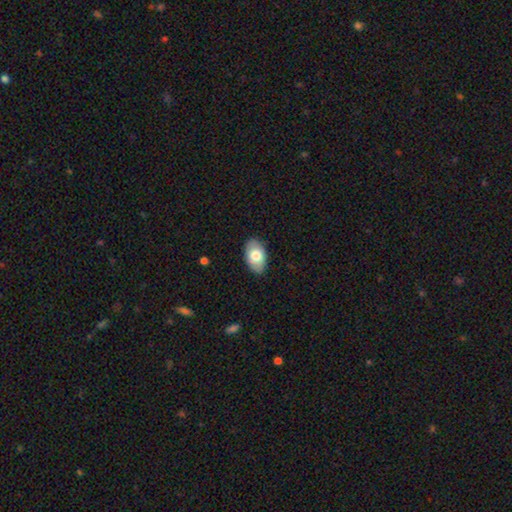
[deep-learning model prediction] smooth 74%, featured or disk 19%, star or artifact 6%. Down the decision tree: how rounded — in between (93%); merging — none (86%).